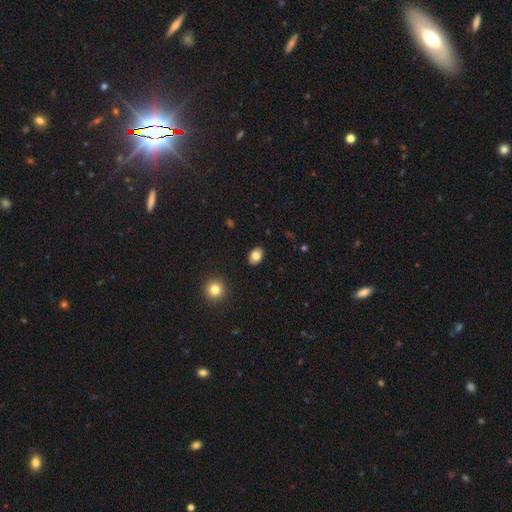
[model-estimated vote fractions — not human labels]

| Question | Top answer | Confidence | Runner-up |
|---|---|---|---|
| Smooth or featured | smooth | 83% | featured or disk (9%) |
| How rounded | in between | 79% | round (20%) |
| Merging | none | 89% | minor disturbance (7%) |